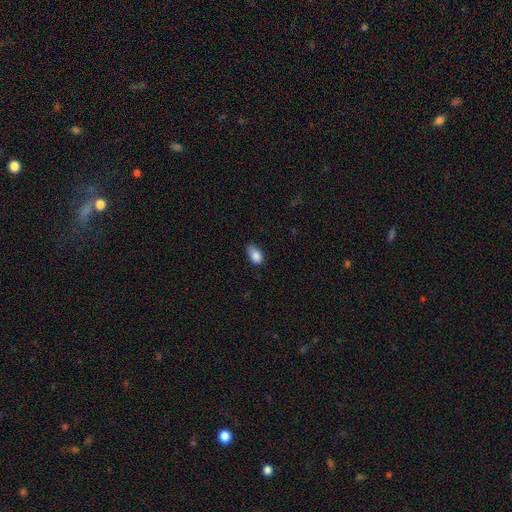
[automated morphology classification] Overall: smooth (86%). How rounded: in between (90%). Merging: none (59%; minor disturbance 33%).